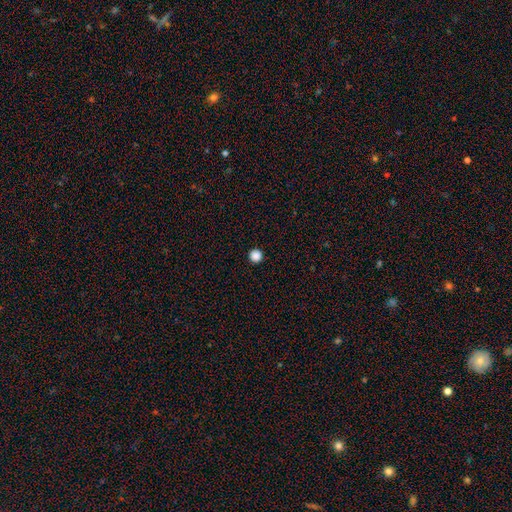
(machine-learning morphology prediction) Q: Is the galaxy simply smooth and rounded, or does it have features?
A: smooth — 86%.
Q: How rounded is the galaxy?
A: round — 97%.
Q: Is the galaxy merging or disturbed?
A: none — 94%.